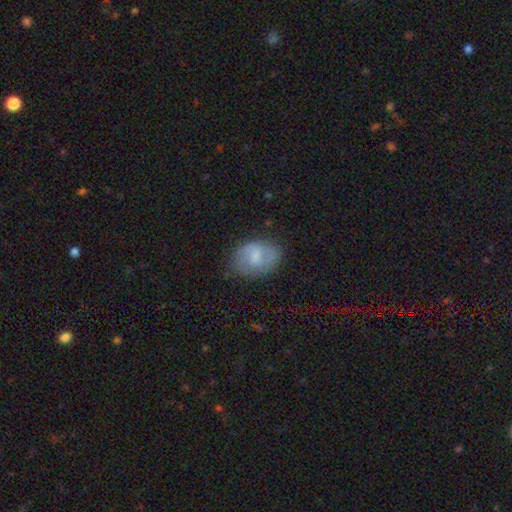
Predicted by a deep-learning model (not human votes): smooth-or-featured: smooth: 51% | featured or disk: 42% | star or artifact: 7%
  how-rounded: in between: 76% | round: 22% | cigar-shaped: 1%
  merging: none: 69% | minor disturbance: 22% | major disturbance: 7% | merger: 1%